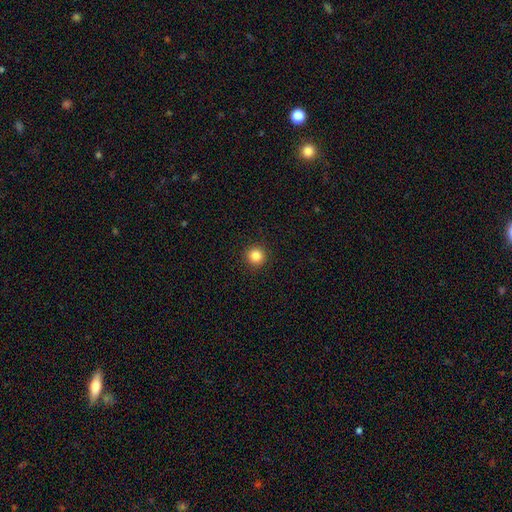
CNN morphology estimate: This appears to be a smooth galaxy with no disk features (84%) that is round (96%). Merging: none (93%).